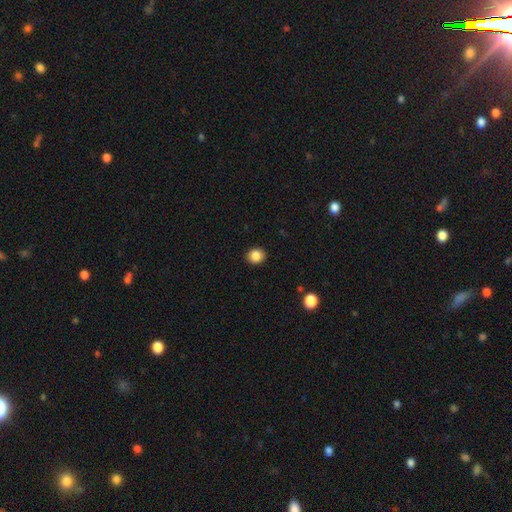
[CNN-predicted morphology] Smooth or featured: smooth — 86% (star or artifact — 10%)
How rounded: round — 73% (in between — 26%)
Merging: none — 91% (minor disturbance — 7%)